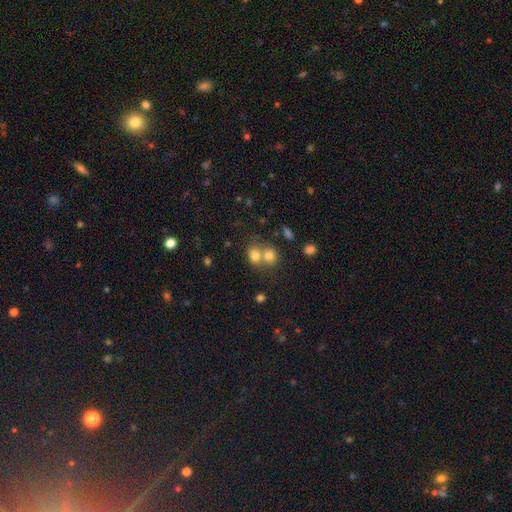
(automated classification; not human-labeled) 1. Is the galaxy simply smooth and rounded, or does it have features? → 76% smooth, 12% star or artifact, 12% featured or disk.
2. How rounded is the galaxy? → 60% round, 39% in between, 1% cigar-shaped.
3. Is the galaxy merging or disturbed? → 59% merger, 31% none, 7% minor disturbance, 3% major disturbance.